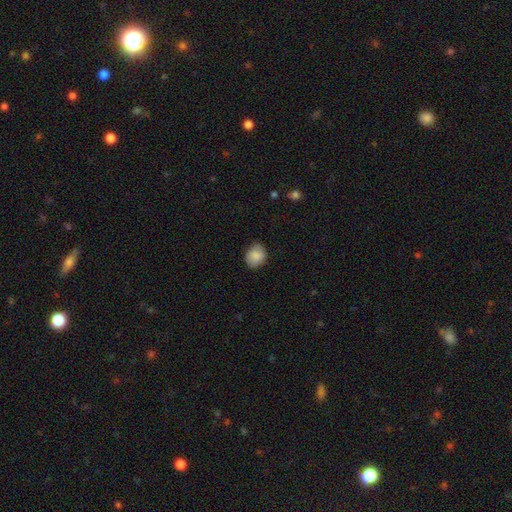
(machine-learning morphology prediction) Overall: smooth (83%). How rounded: round (54%; in between 45%). Merging: none (80%).